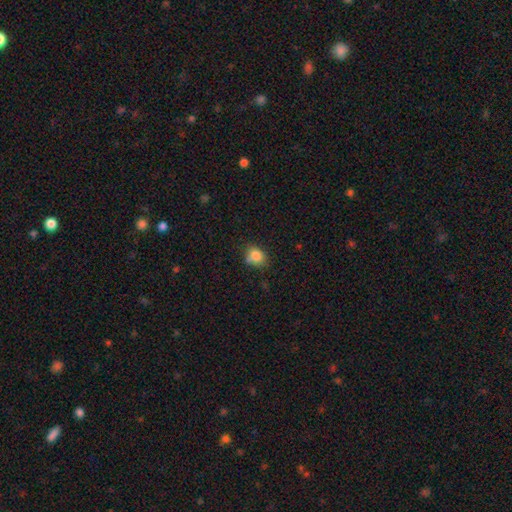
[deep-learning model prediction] Overall: smooth (83%). How rounded: round (57%; in between 42%). Merging: none (67%).